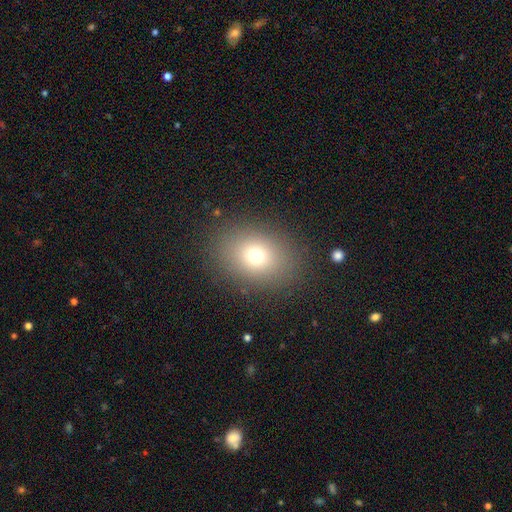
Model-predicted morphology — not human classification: Smooth or featured?
  - smooth: 72% *
  - star or artifact: 16%
  - featured or disk: 12%
How rounded?
  - in between: 55% *
  - round: 44%
  - cigar-shaped: 1%
Merging?
  - none: 86% *
  - minor disturbance: 9%
  - major disturbance: 4%
  - merger: 1%